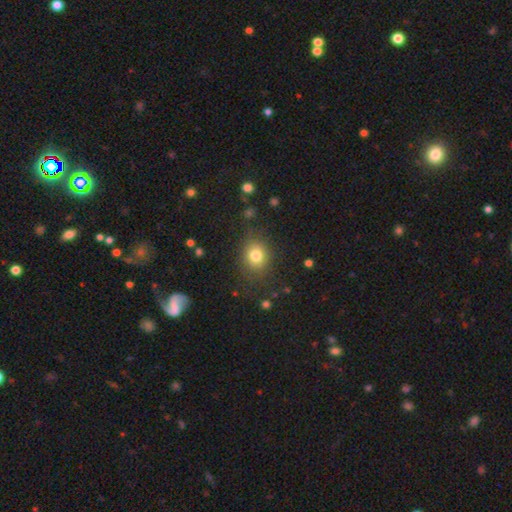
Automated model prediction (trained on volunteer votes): Morphology: type=smooth (79%); roundness=round (59%); merging=none (80%).